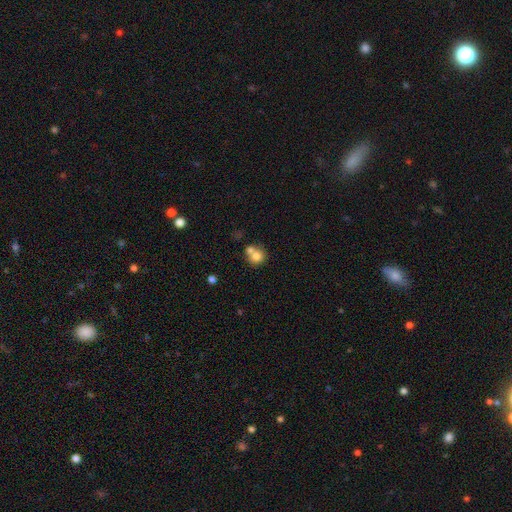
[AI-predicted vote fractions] Smooth or featured? Predicted: smooth (p=0.76). How rounded? Predicted: round (p=0.86). Merging? Predicted: merger (p=0.47).